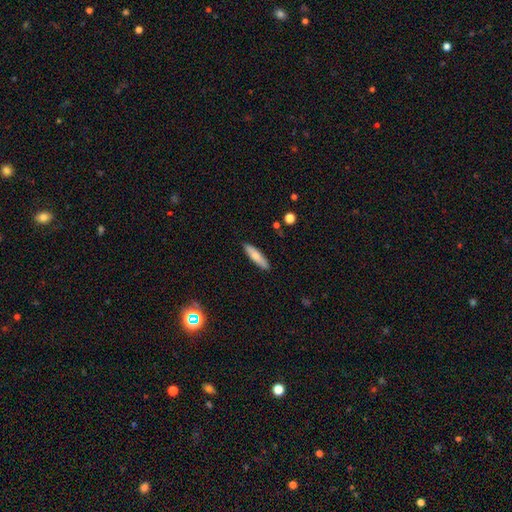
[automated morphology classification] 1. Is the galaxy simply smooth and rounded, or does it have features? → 72% smooth, 22% featured or disk, 6% star or artifact.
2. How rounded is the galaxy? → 73% cigar-shaped, 25% in between, 2% round.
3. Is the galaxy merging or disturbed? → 90% none, 8% minor disturbance, 2% major disturbance, 1% merger.